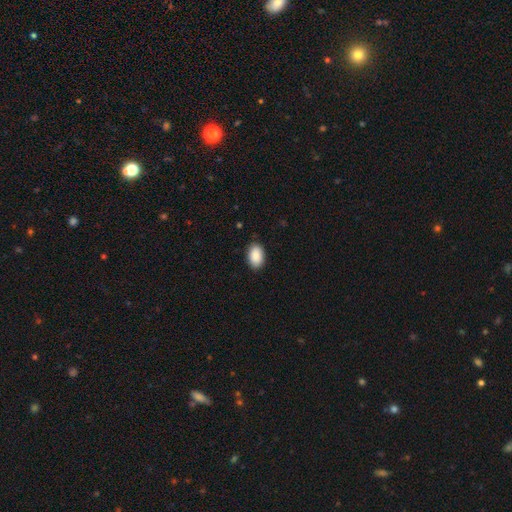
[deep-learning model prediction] The model was most divided on "merging": none: 87%, minor disturbance: 10%, major disturbance: 2%, merger: 1%. More confident: how rounded — in between (91%); smooth or featured — smooth (90%).